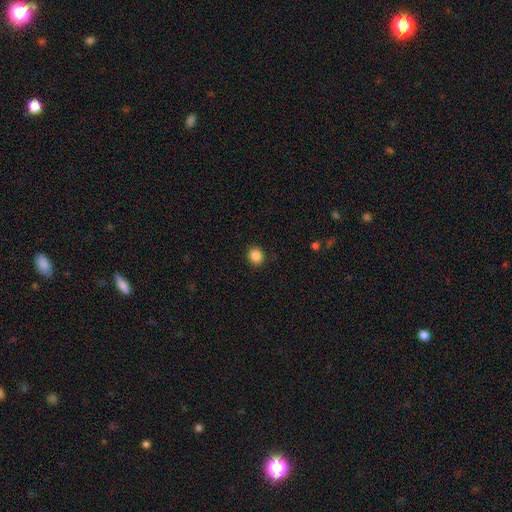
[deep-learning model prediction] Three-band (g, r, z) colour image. It shows a smooth galaxy with no disk features (87%) that is round (75%). Merging: none (90%).